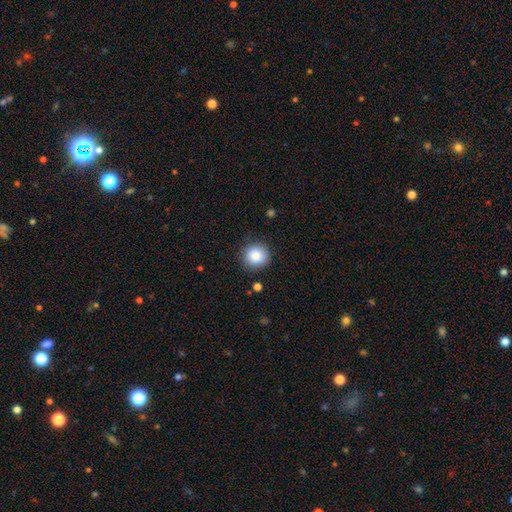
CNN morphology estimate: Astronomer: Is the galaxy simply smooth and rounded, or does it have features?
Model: smooth — 85%.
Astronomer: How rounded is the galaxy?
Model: round — 91%.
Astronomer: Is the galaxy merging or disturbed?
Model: none — 87%.